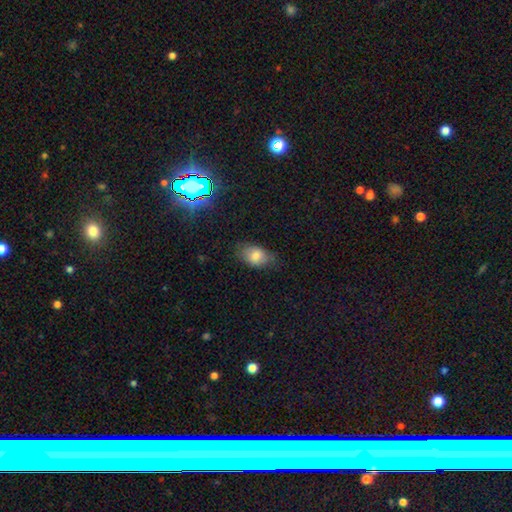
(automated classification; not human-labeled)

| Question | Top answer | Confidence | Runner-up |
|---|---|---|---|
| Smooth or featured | smooth | 78% | featured or disk (12%) |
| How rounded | in between | 86% | round (12%) |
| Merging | none | 70% | minor disturbance (22%) |